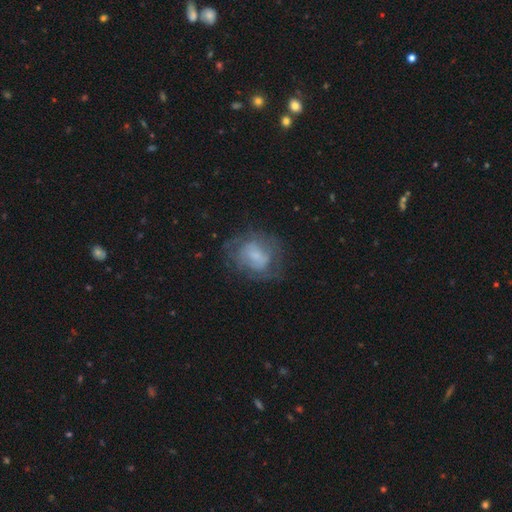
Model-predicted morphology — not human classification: A featured or disk galaxy (51%). Merging: none (62%).